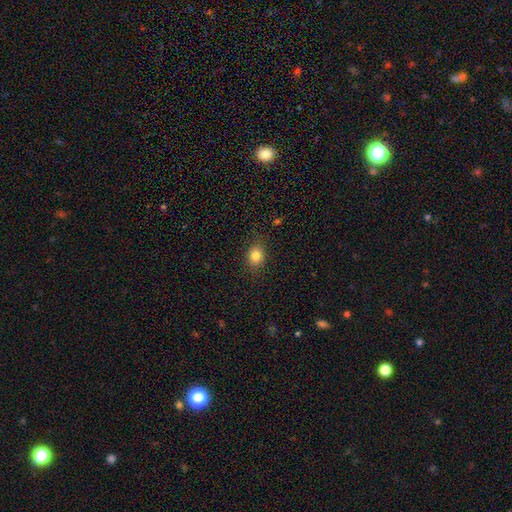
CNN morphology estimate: Smooth or featured? Predicted: smooth (p=0.83). How rounded? Predicted: round (p=0.50). Merging? Predicted: none (p=0.84).